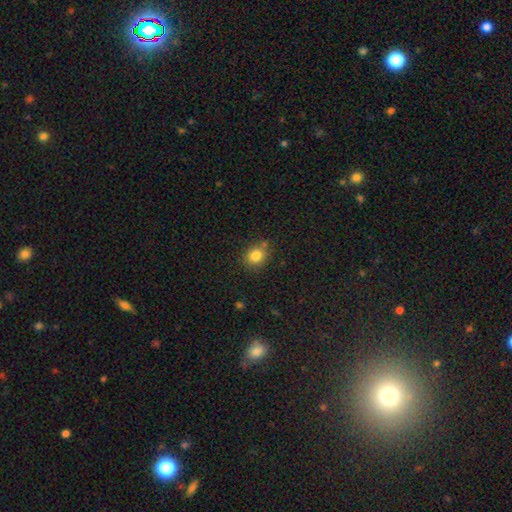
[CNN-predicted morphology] smooth_or_featured: smooth (p=0.83) [alt: star or artifact p=0.11]
how_rounded: round (p=0.72) [alt: in between p=0.27]
merging: none (p=0.73) [alt: minor disturbance p=0.15]